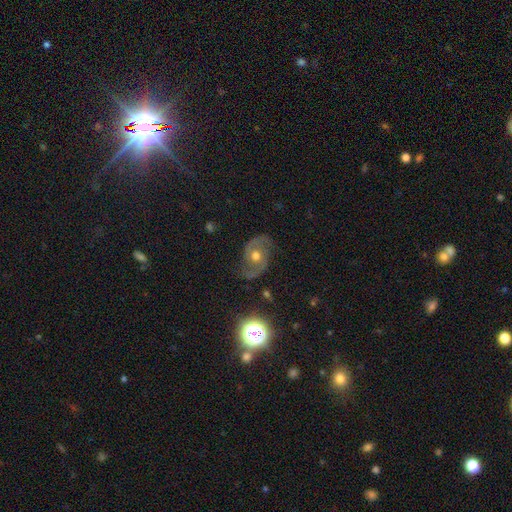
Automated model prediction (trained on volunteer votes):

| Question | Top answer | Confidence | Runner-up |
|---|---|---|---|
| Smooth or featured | featured or disk | 78% | smooth (11%) |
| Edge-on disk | no | 97% | yes (3%) |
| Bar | no | 67% | weak (25%) |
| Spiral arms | yes | 92% | no (8%) |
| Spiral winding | medium | 49% | loose (34%) |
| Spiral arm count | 2 | 90% | can't tell (4%) |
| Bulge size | moderate | 75% | small (14%) |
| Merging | none | 73% | minor disturbance (17%) |